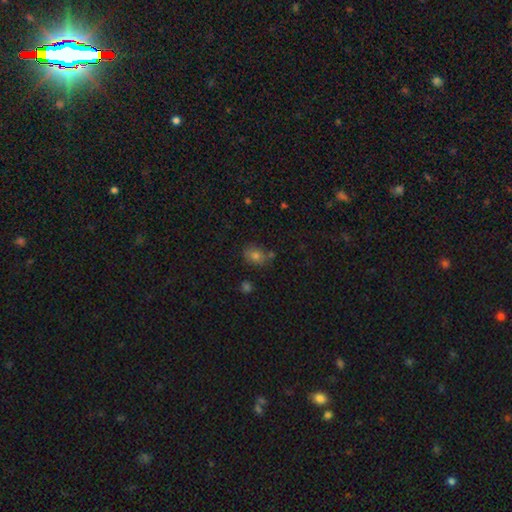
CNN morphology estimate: Overall: smooth (73%). How rounded: round (55%; in between 44%). Merging: none (68%).